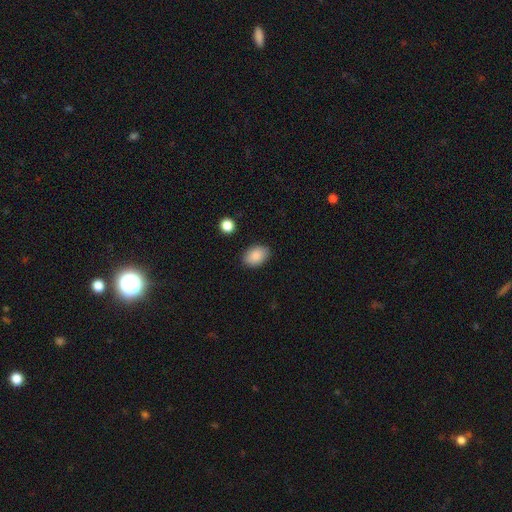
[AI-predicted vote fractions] Smooth or featured? smooth (88%)
How rounded? in between (85%)
Merging? none (86%)